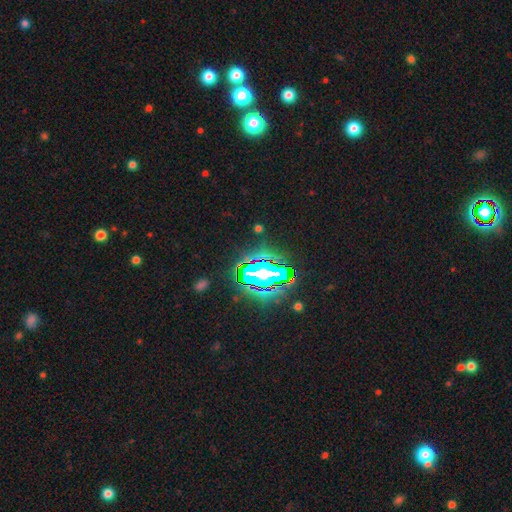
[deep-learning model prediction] This appears to be a star or artifact, not a galaxy (79%).